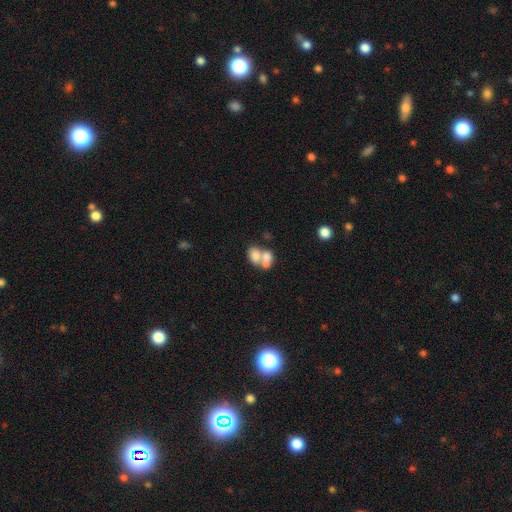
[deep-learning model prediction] Morphology: type=smooth (64%); roundness=in between (69%); merging=merger (69%).